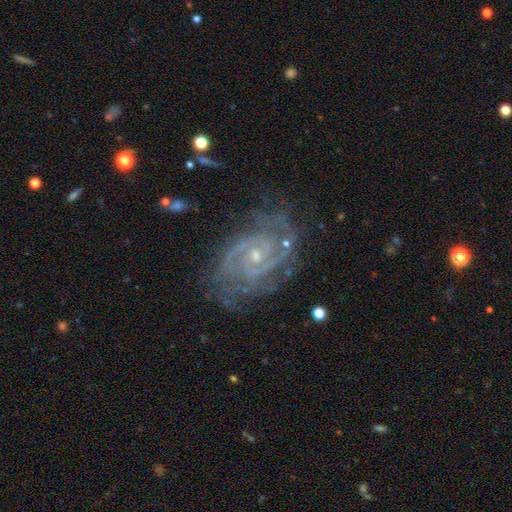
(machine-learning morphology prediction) A featured or disk galaxy (90%) with no bar (63%), 2 (56%) tight (59%) spiral arms (98%) and a small central bulge (66%). Merging: none (70%).